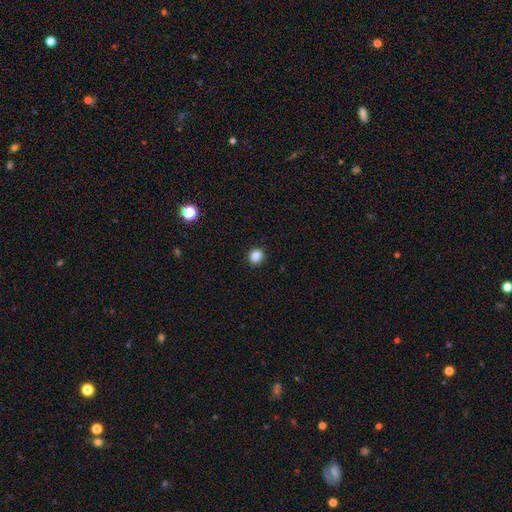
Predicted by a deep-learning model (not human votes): A smooth galaxy with no disk features (86%) that is round (82%). Merging: none (91%).